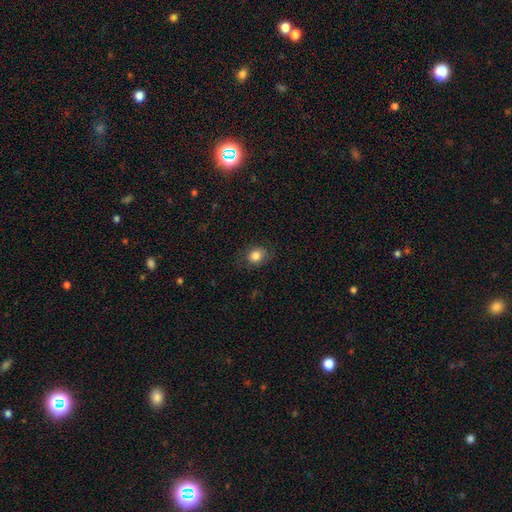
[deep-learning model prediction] smooth 83%, star or artifact 10%, featured or disk 7%. Down the decision tree: how rounded — round (54%); merging — none (80%).